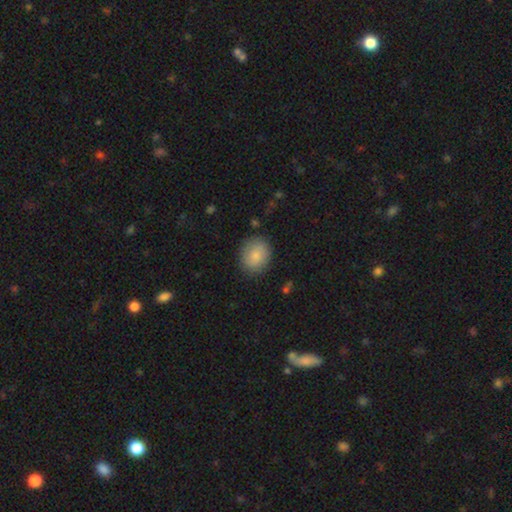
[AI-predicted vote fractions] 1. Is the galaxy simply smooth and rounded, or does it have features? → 83% smooth, 10% featured or disk, 7% star or artifact.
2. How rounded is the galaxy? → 66% round, 33% in between, 1% cigar-shaped.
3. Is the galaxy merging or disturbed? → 83% none, 12% minor disturbance, 4% major disturbance, 1% merger.